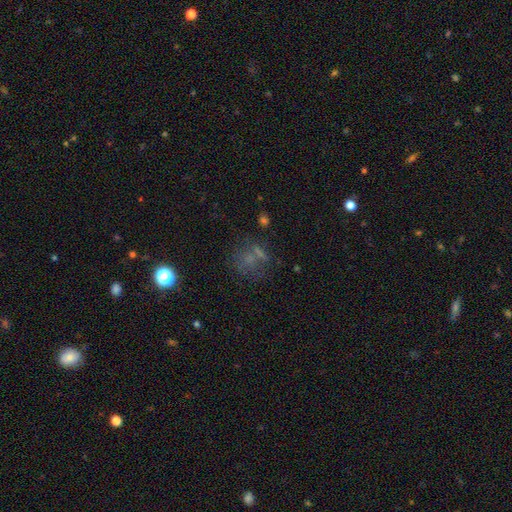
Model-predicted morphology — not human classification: smooth-or-featured: smooth: 38% | star or artifact: 34% | featured or disk: 28%
  merging: none: 53% | major disturbance: 19% | minor disturbance: 16% | merger: 12%